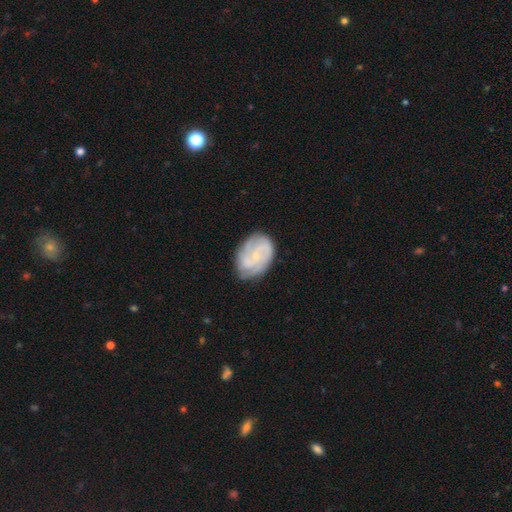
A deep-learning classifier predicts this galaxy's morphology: featured or disk 73%, smooth 21%, star or artifact 6%. Down the decision tree: edge-on disk — no (98%); bar — no (65%); spiral arms — yes (91%); spiral arm count — can't tell (31%); spiral winding — tight (56%); bulge size — small (72%); merging — none (72%).